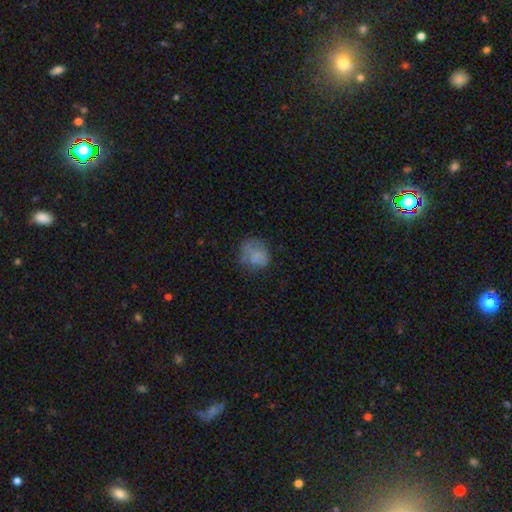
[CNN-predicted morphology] Smooth or featured: smooth — 74% (featured or disk — 15%)
How rounded: round — 68% (in between — 31%)
Merging: none — 57% (minor disturbance — 26%)